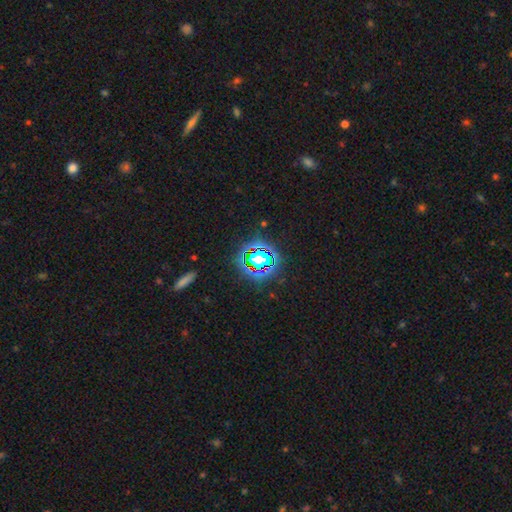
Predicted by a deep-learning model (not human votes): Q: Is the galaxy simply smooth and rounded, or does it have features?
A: star or artifact — 69%.